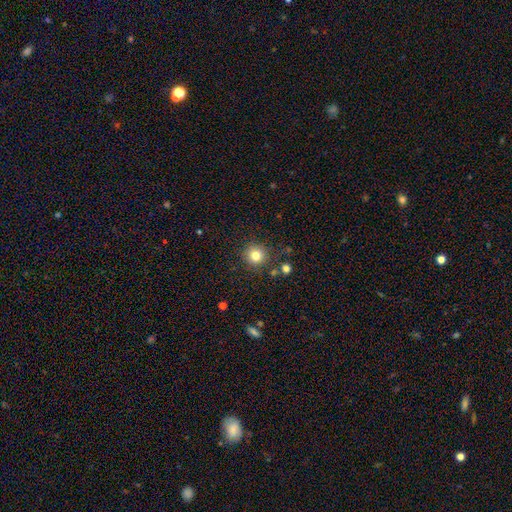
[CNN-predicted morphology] type=smooth (81%); roundness=round (94%); merging=none (86%).